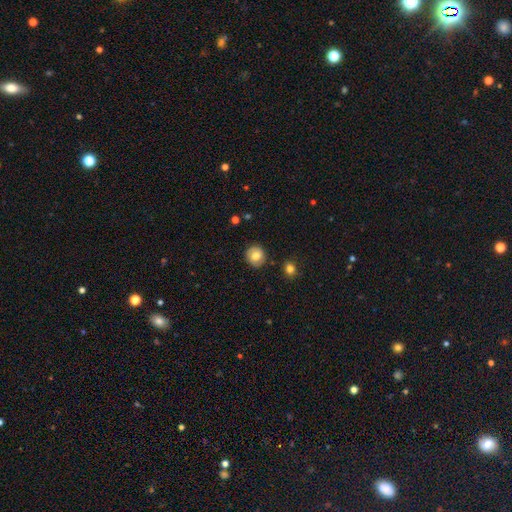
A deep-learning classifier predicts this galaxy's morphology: Smooth or featured? Predicted: smooth (p=0.73). How rounded? Predicted: round (p=0.87). Merging? Predicted: none (p=0.87).